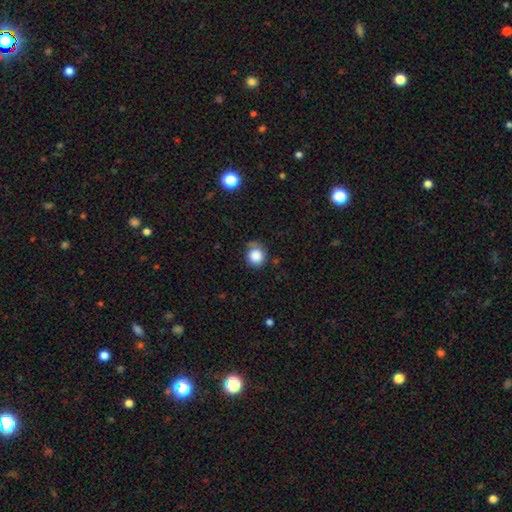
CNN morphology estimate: smooth-or-featured: smooth: 84% | star or artifact: 9% | featured or disk: 6%
  how-rounded: round: 88% | in between: 12% | cigar-shaped: 1%
  merging: none: 65% | minor disturbance: 24% | major disturbance: 7% | merger: 4%